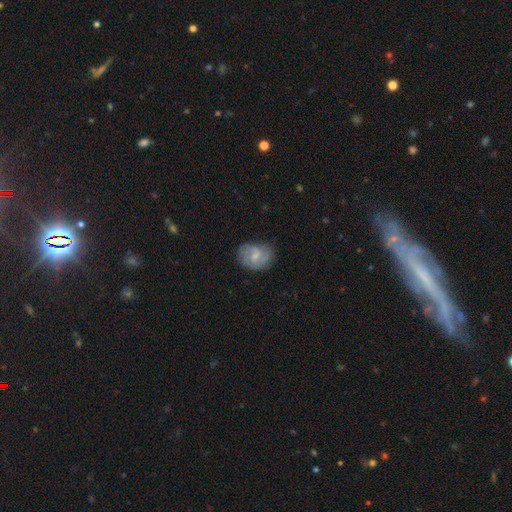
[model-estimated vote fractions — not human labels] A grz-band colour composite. It shows a featured or disk galaxy (54%) with a weak bar (56%), spiral arms (81%) and a small central bulge (49%). Merging: none (66%).